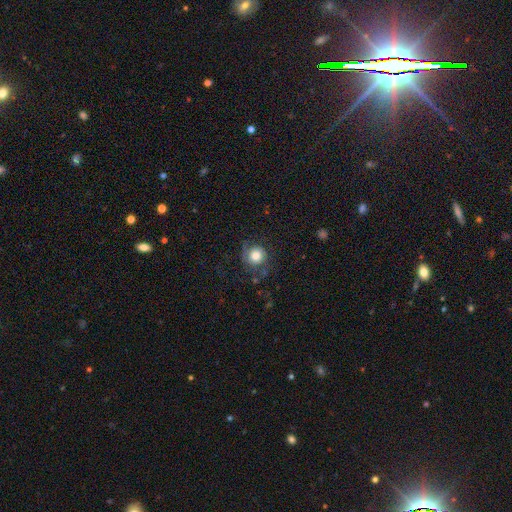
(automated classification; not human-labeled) This appears to be a smooth galaxy with no disk features (63%) that is round (89%). Merging: none (64%).